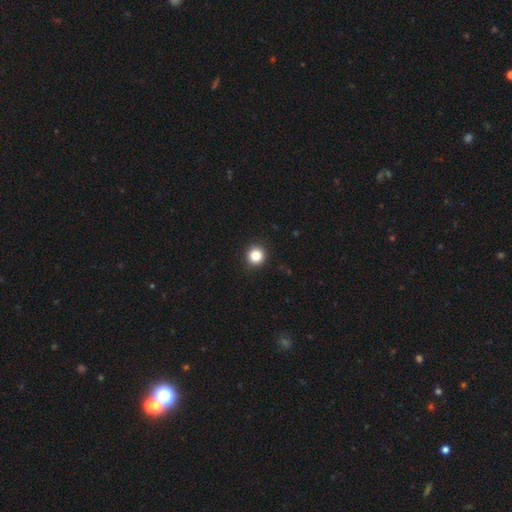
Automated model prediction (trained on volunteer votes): Smooth or featured: smooth — 85% (star or artifact — 11%)
How rounded: round — 94% (in between — 5%)
Merging: none — 92% (minor disturbance — 5%)